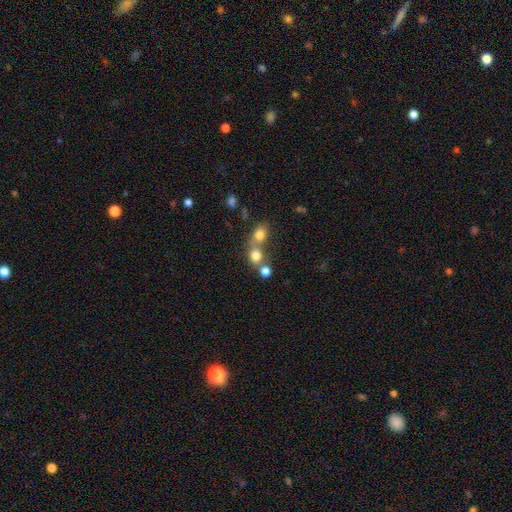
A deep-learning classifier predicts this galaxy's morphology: smooth-or-featured: smooth: 76% | star or artifact: 14% | featured or disk: 10%
  how-rounded: round: 75% | in between: 23% | cigar-shaped: 1%
  merging: merger: 53% | none: 36% | minor disturbance: 7% | major disturbance: 4%